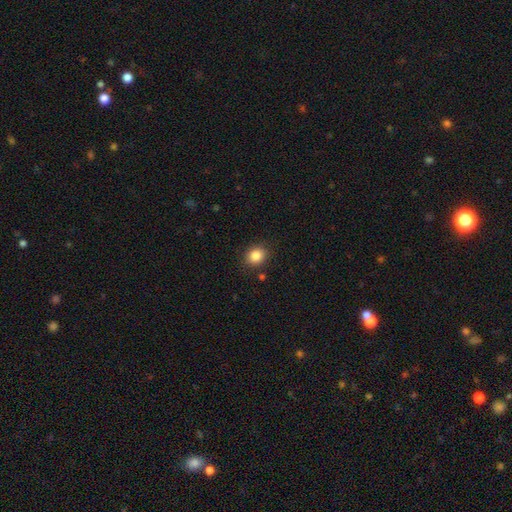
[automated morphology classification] The model was most divided on "how rounded": round: 66%, in between: 33%, cigar-shaped: 1%. More confident: merging — none (87%); smooth or featured — smooth (85%).